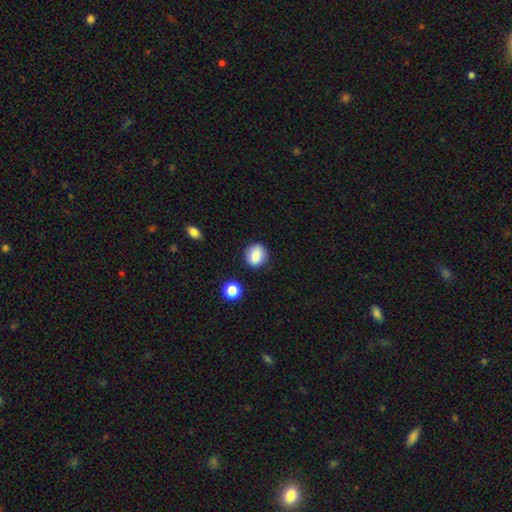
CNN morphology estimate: type=smooth (85%); roundness=round (66%); merging=none (84%).